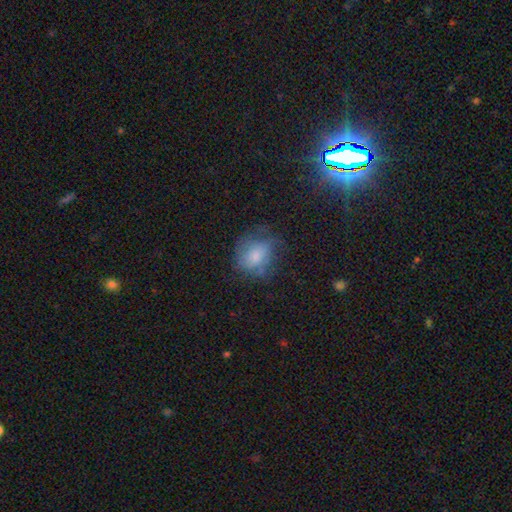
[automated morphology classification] Q: Smooth or featured?
A: smooth (61%); runner-up: featured or disk (28%)
Q: How rounded?
A: round (51%); runner-up: in between (48%)
Q: Merging?
A: none (49%); runner-up: minor disturbance (28%)